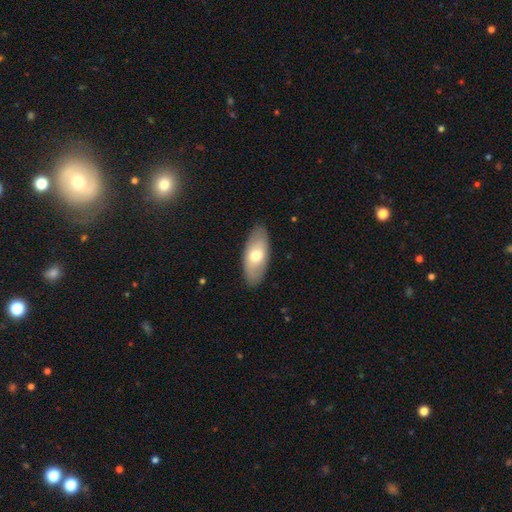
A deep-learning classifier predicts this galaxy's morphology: This is likely a smooth galaxy (65%). How rounded: clearly in between (87%). Merging: clearly none (86%).